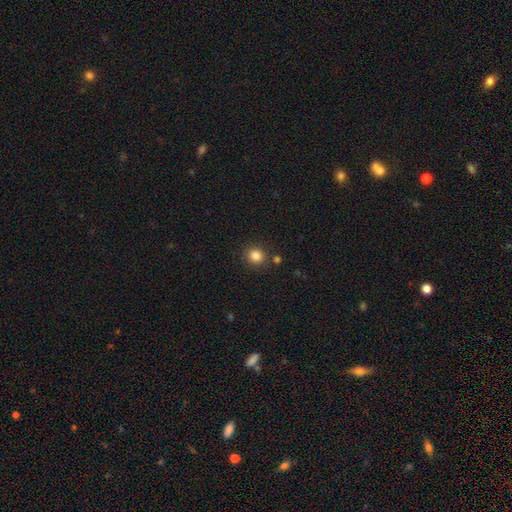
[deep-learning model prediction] A smooth galaxy with no disk features (84%) that is round (85%). Merging: none (85%).